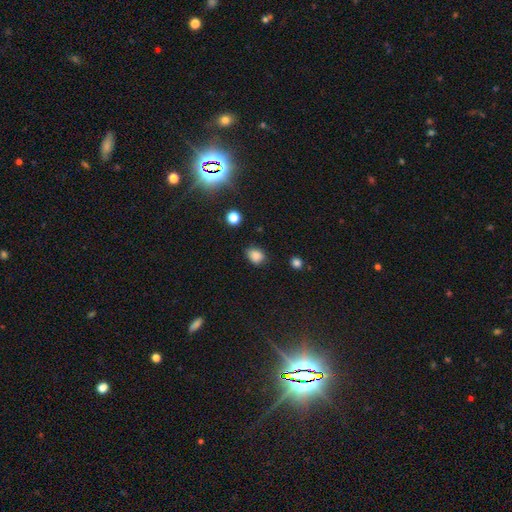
Smooth or featured? smooth (89%)
How rounded? in between (65%)
Merging? none (56%)